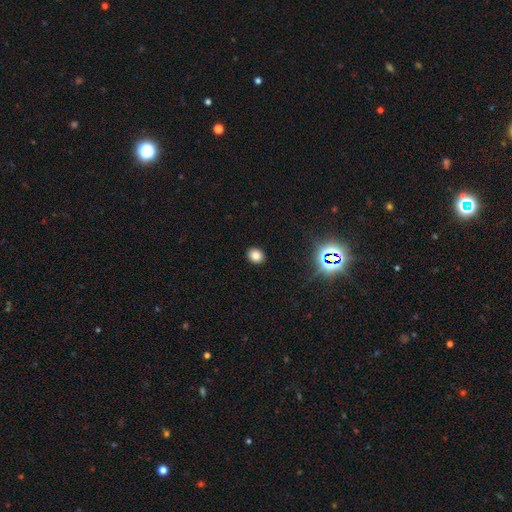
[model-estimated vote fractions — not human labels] This appears to be a smooth galaxy with no disk features (79%) that is round (55%). Merging: none (90%).